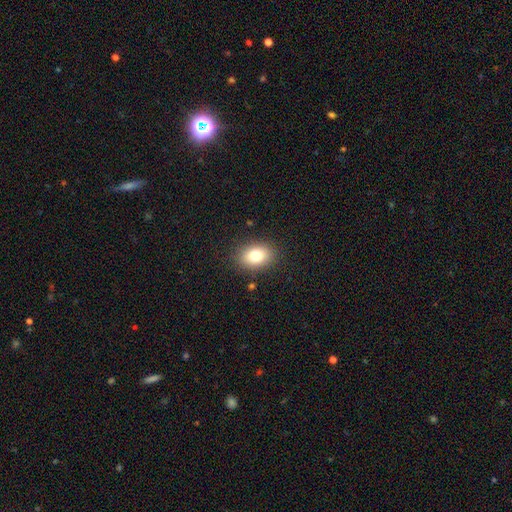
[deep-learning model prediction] Morphology: type=smooth (79%); roundness=in between (73%); merging=none (87%).